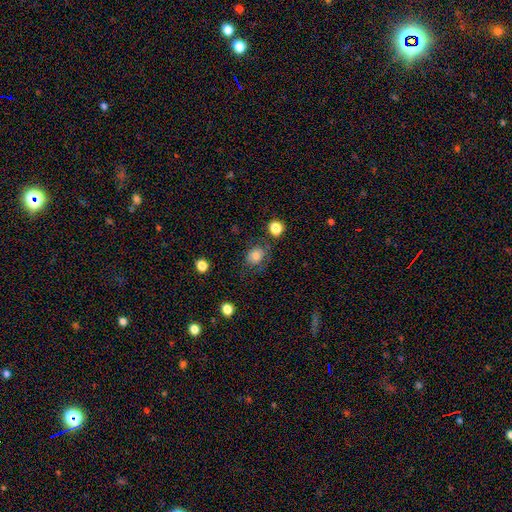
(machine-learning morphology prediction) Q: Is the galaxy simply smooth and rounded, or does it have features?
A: smooth — 75%.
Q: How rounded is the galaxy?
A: round — 62%.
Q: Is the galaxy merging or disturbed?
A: none — 67%.